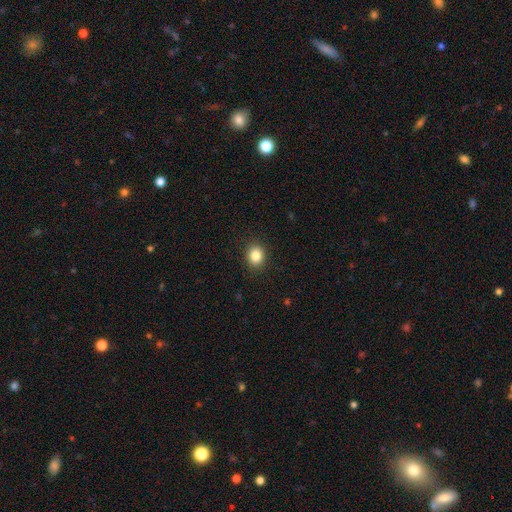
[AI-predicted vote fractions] Smooth or featured: smooth — 85% (star or artifact — 10%)
How rounded: round — 70% (in between — 29%)
Merging: none — 90% (minor disturbance — 7%)